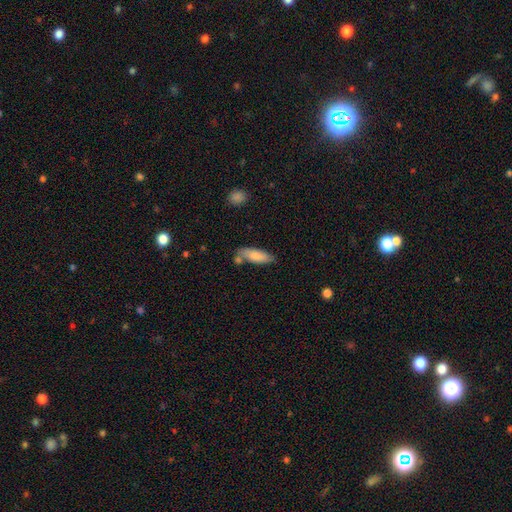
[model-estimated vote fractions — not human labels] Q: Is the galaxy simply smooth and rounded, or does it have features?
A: smooth — 78%.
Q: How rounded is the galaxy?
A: in between — 59%.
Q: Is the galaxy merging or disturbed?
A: none — 63%.